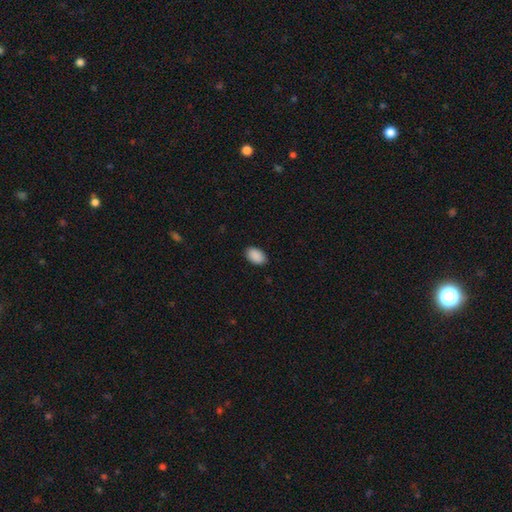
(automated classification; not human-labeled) Smooth or featured? smooth (91%)
How rounded? in between (91%)
Merging? none (89%)